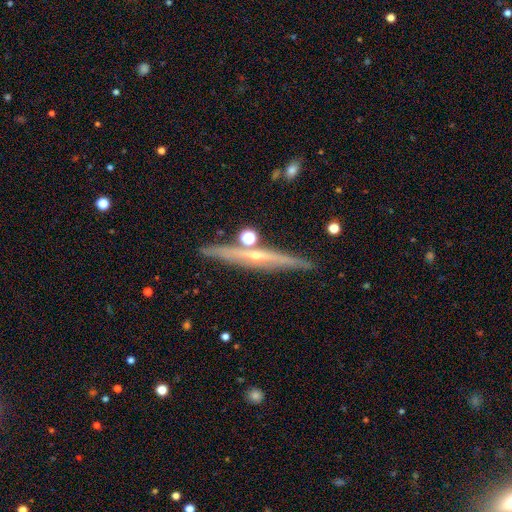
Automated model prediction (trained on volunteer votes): Smooth or featured? featured or disk (74%)
Edge-on disk? yes (97%)
Edge-on bulge? rounded (68%)
Merging? none (85%)